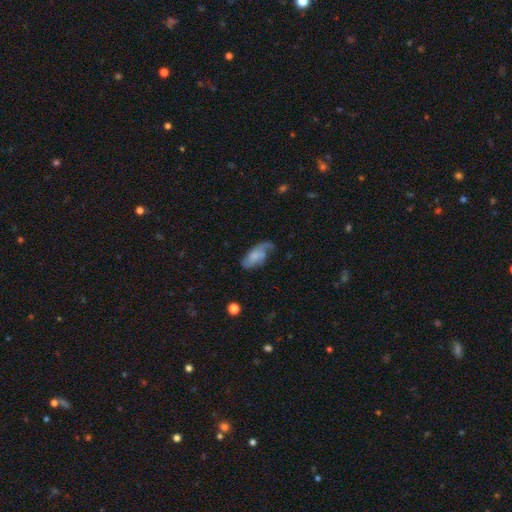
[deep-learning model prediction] This appears to be a featured or disk galaxy (57%) with no bar (65%), spiral arms (88%) and no central bulge (48%). Merging: none (46%).